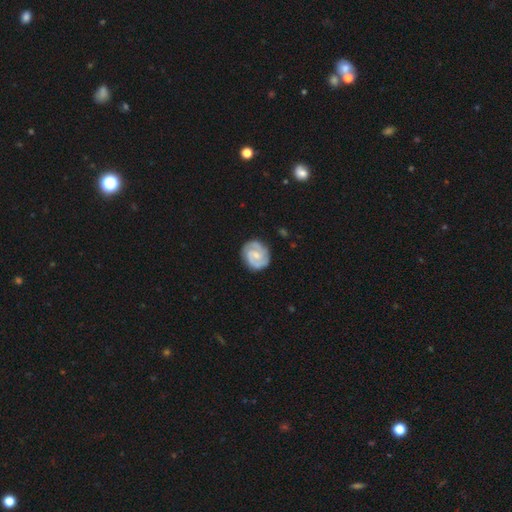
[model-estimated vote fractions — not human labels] featured or disk 82%, smooth 14%, star or artifact 5%. Down the decision tree: edge-on disk — no (98%); bar — weak (47%); spiral arms — yes (96%); spiral arm count — 2 (76%); spiral winding — tight (53%); bulge size — small (52%); merging — none (83%).